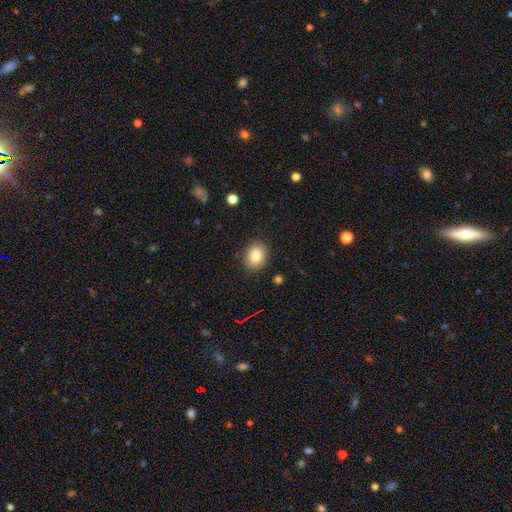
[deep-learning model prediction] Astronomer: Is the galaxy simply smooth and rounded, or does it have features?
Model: smooth — 84%.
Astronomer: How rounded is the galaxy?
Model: round — 52% (runner-up: in between, 48%).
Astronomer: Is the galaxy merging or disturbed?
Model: none — 87%.